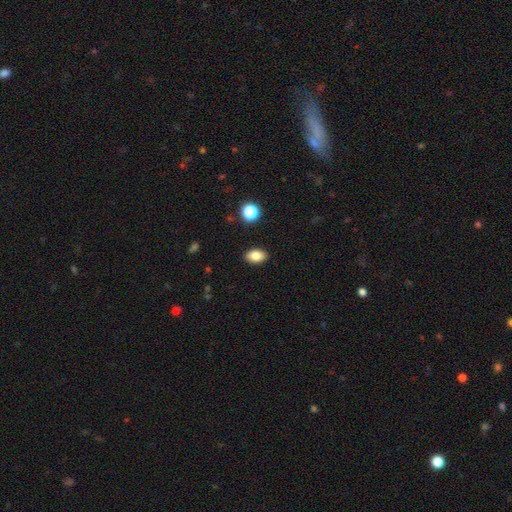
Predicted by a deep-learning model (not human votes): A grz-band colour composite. It shows a smooth galaxy with no disk features (81%) that is in between round and cigar-shaped (89%). Merging: none (89%).